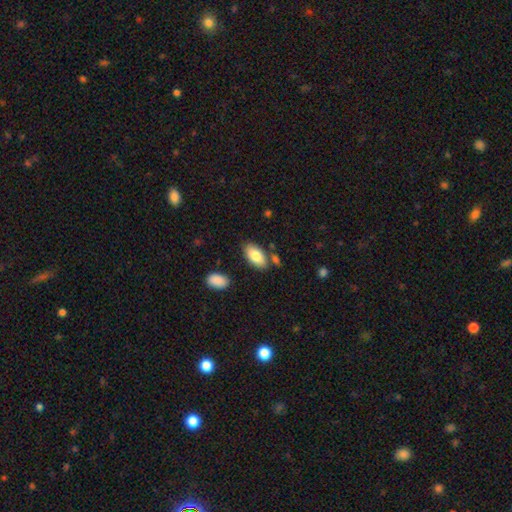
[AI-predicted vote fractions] smooth 83%, featured or disk 11%, star or artifact 6%. Down the decision tree: how rounded — in between (94%); merging — none (77%).